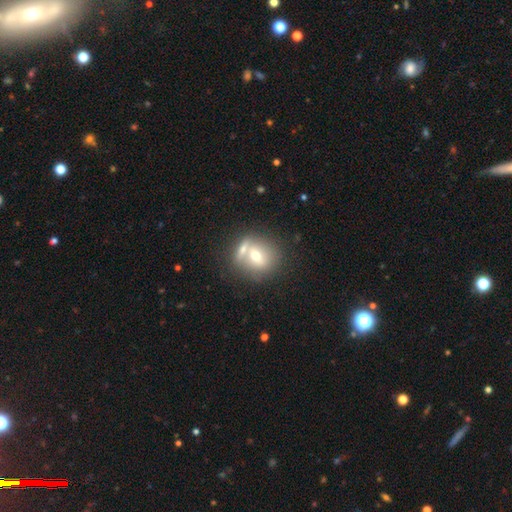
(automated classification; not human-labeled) smooth-or-featured: smooth: 59% | featured or disk: 31% | star or artifact: 10%
  how-rounded: round: 80% | in between: 18% | cigar-shaped: 2%
  merging: none: 45% | merger: 38% | minor disturbance: 11% | major disturbance: 5%